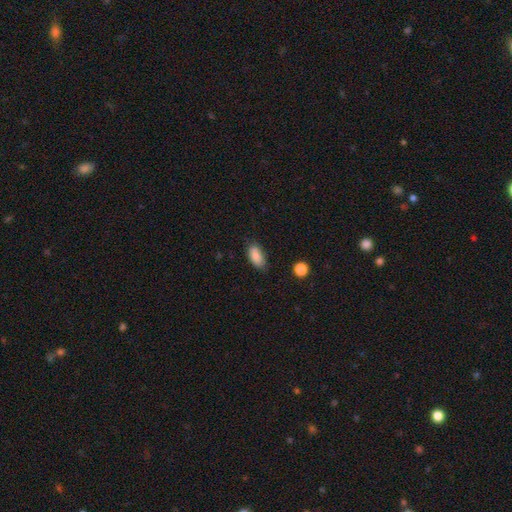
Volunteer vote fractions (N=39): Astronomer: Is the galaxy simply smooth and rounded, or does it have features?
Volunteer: smooth — 85%.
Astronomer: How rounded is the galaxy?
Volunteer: in between — 88%.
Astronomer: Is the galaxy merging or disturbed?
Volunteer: none — 78%.